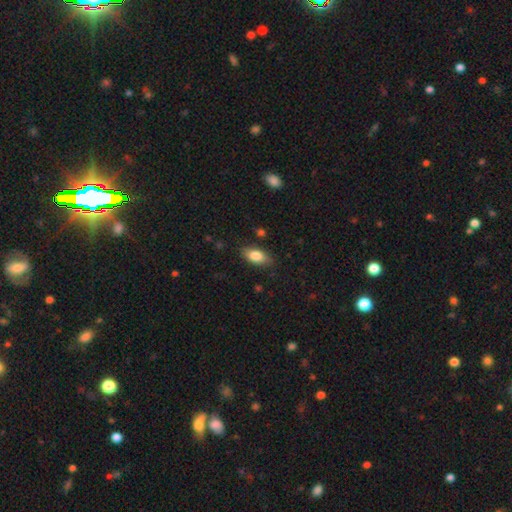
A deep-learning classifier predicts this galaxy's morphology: Smooth or featured? Predicted: smooth (p=0.82). How rounded? Predicted: in between (p=0.87). Merging? Predicted: none (p=0.84).